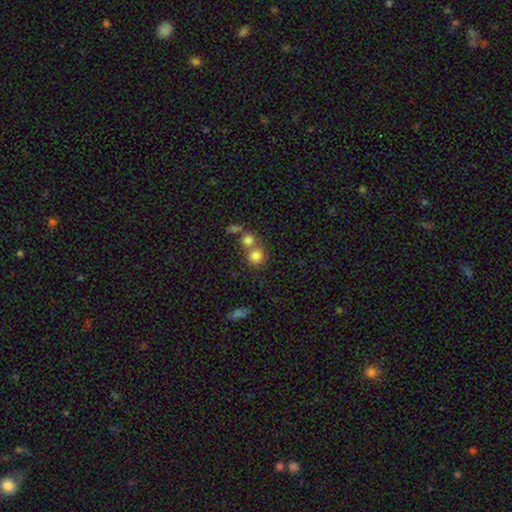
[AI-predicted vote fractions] Smooth or featured? smooth (80%)
How rounded? round (88%)
Merging? none (50%)